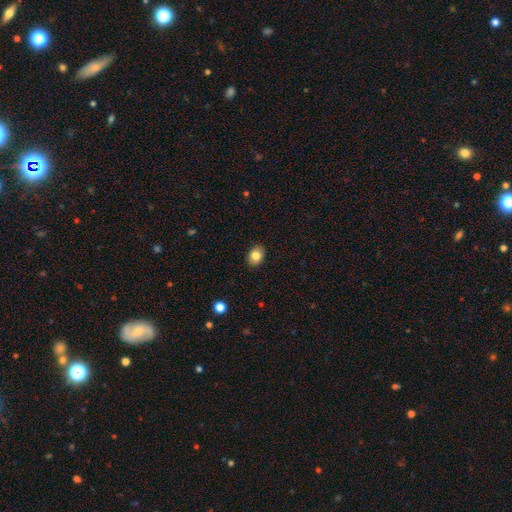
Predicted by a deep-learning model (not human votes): Smooth or featured: smooth — 83% (star or artifact — 9%)
How rounded: in between — 67% (round — 32%)
Merging: none — 89% (minor disturbance — 8%)